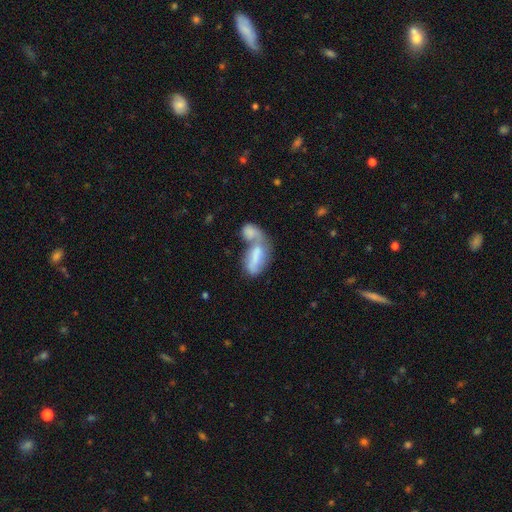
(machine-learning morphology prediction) The model was most divided on "smooth or featured": smooth: 61%, featured or disk: 31%, star or artifact: 8%. More confident: how rounded — in between (83%); merging — merger (72%).